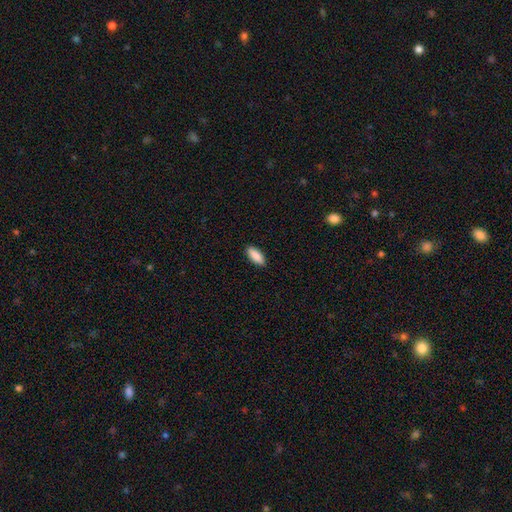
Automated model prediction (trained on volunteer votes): Smooth or featured: smooth — 89% (star or artifact — 6%)
How rounded: in between — 80% (cigar-shaped — 19%)
Merging: none — 89% (minor disturbance — 8%)